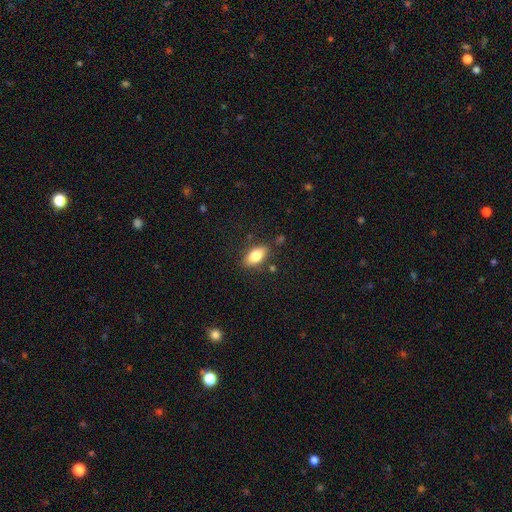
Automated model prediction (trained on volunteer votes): Overall: smooth (79%). How rounded: in between (87%). Merging: none (81%).